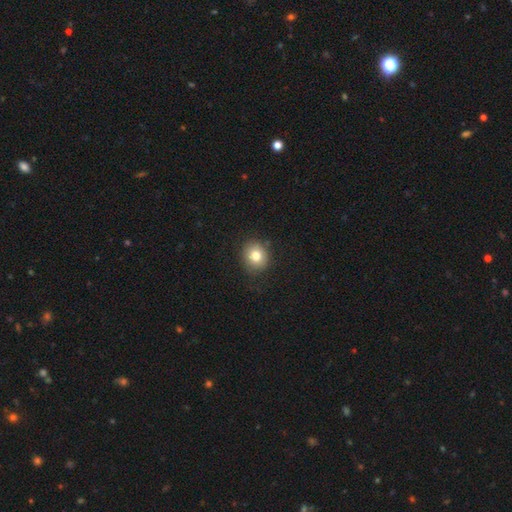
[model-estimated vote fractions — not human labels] smooth-or-featured: smooth: 80% | star or artifact: 11% | featured or disk: 10%
  how-rounded: round: 79% | in between: 20% | cigar-shaped: 1%
  merging: none: 85% | minor disturbance: 11% | major disturbance: 3% | merger: 1%